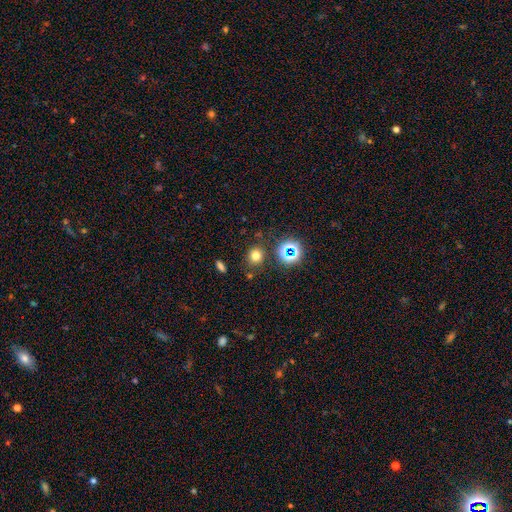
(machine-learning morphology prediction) This appears to be a smooth galaxy with no disk features (71%) that is round (81%). Merging: none (82%).